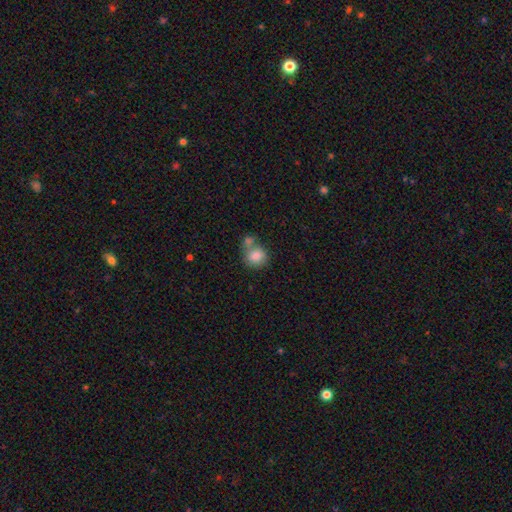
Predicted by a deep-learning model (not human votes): A smooth galaxy with no disk features (82%) that is round (75%). Merging: none (43%).